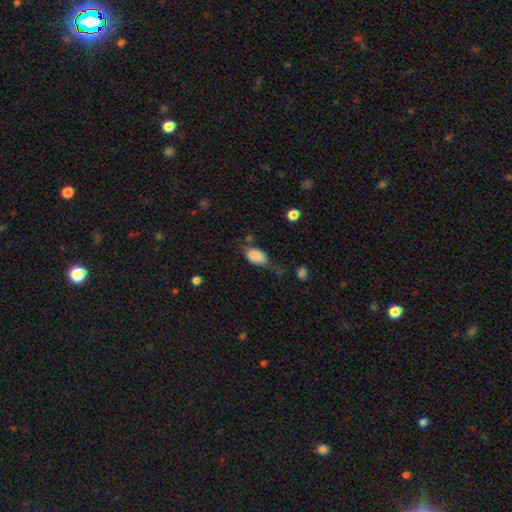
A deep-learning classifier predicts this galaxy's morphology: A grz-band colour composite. It shows a smooth galaxy with no disk features (84%) that is in between round and cigar-shaped (91%). Merging: none (44%).